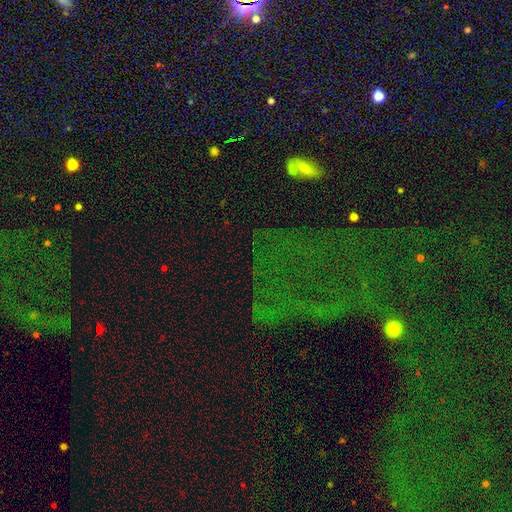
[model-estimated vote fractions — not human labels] Morphology: type=star or artifact (69%).